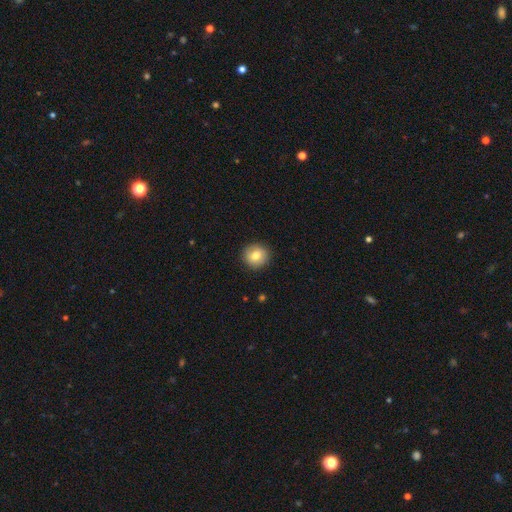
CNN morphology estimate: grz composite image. It shows a smooth galaxy with no disk features (77%) that is round (92%). Merging: none (91%).